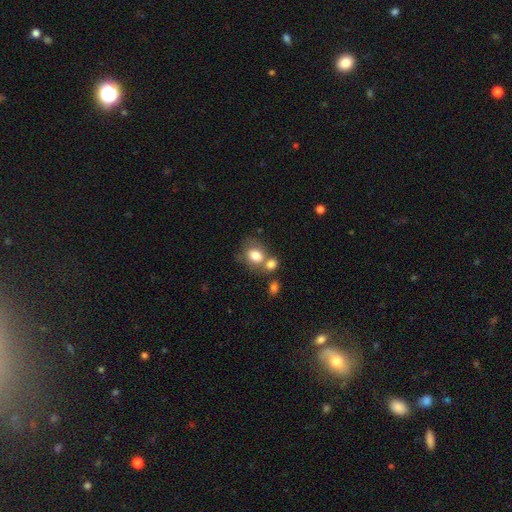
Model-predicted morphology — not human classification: Smooth or featured: smooth — 77% (featured or disk — 14%)
How rounded: round — 50% (in between — 49%)
Merging: merger — 40% (none — 39%)